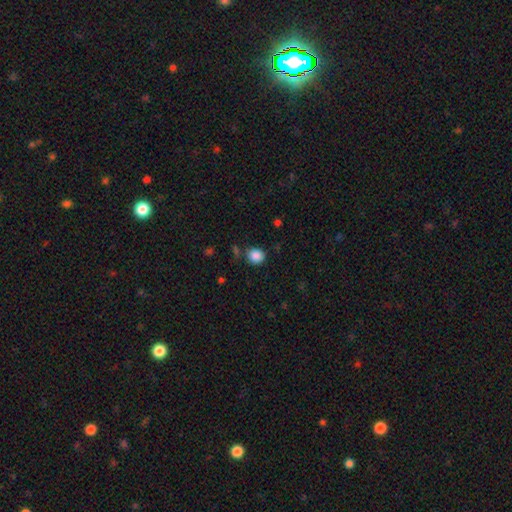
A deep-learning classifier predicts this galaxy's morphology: smooth_or_featured: smooth (p=0.87) [alt: star or artifact p=0.10]
how_rounded: round (p=0.79) [alt: in between p=0.20]
merging: none (p=0.79) [alt: minor disturbance p=0.12]